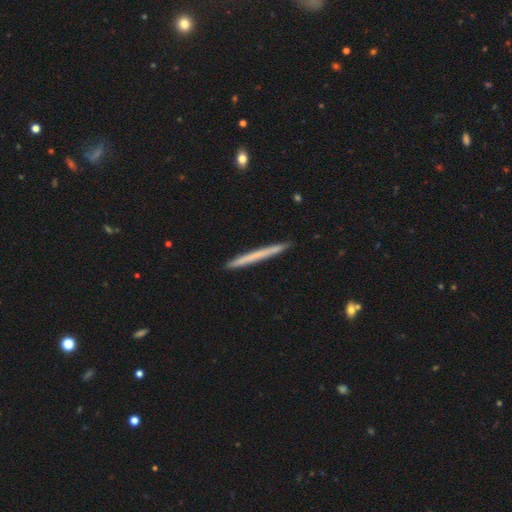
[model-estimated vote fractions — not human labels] Smooth or featured? Predicted: smooth (p=0.56). How rounded? Predicted: cigar-shaped (p=0.98). Merging? Predicted: none (p=0.91).